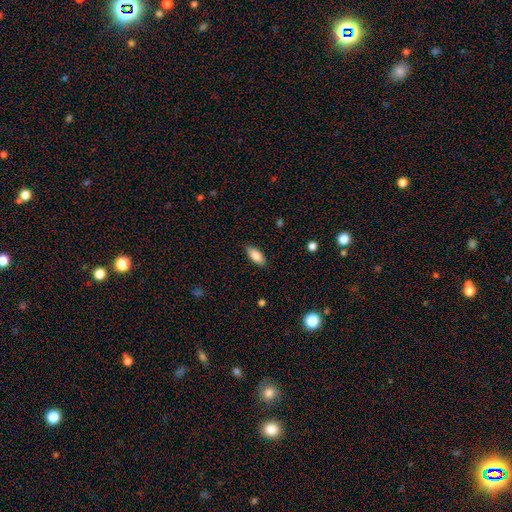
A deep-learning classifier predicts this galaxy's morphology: Smooth or featured? smooth (84%)
How rounded? in between (85%)
Merging? none (86%)